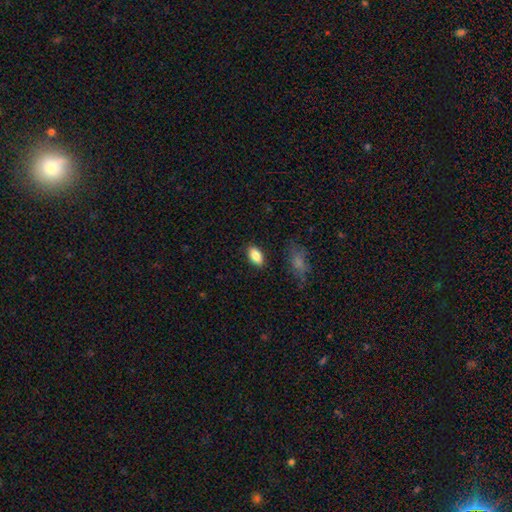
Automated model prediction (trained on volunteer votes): Smooth or featured? smooth (86%)
How rounded? in between (91%)
Merging? none (86%)